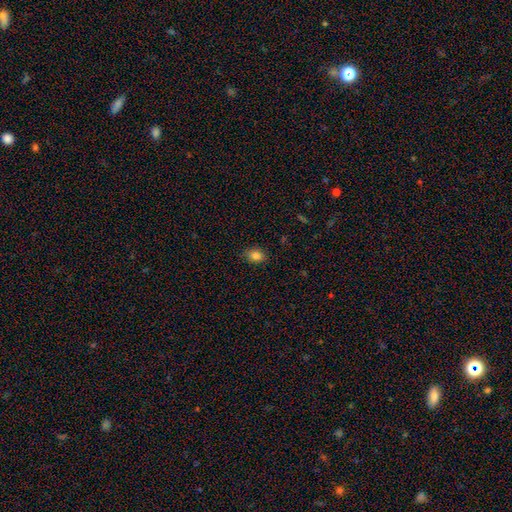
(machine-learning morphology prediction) Smooth or featured? Predicted: smooth (p=0.85). How rounded? Predicted: in between (p=0.73). Merging? Predicted: none (p=0.80).